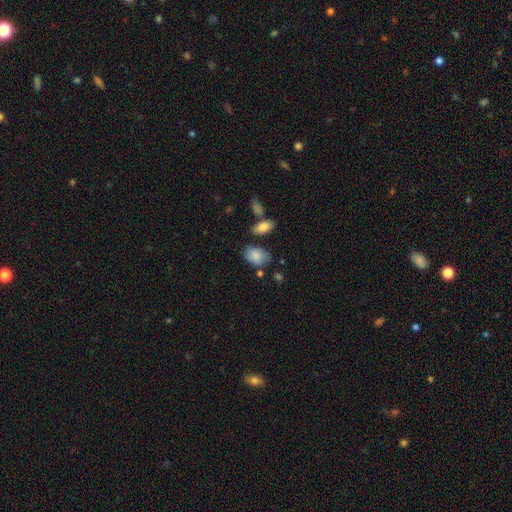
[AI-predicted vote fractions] A smooth galaxy with no disk features (83%) that is in between round and cigar-shaped (86%).

Vote fractions:
- Smooth or featured? smooth: 83% / featured or disk: 10% / star or artifact: 7%
- How rounded? in between: 86% / round: 13% / cigar-shaped: 1%
- Merging? none: 58% / minor disturbance: 26% / merger: 9% / major disturbance: 7%